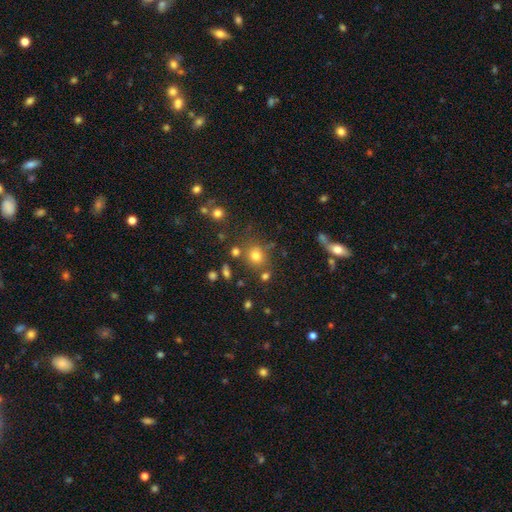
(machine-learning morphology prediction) Smooth or featured? Predicted: smooth (p=0.73). How rounded? Predicted: round (p=0.84). Merging? Predicted: none (p=0.71).